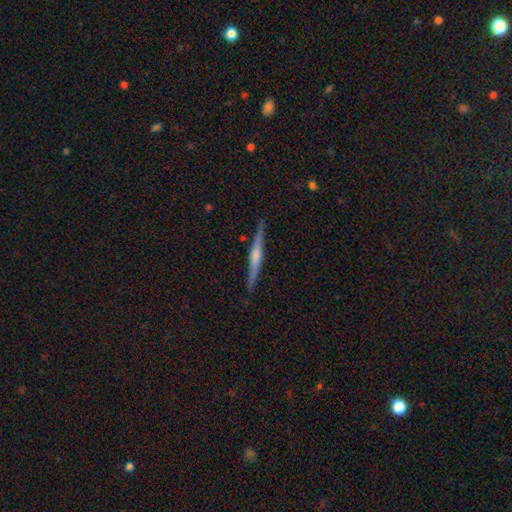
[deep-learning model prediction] smooth-or-featured: featured or disk: 72% | smooth: 22% | star or artifact: 6%
  disk-edge-on: yes: 98% | no: 2%
    edge-on-bulge: rounded: 61% | boxy: 20% | none: 18%
  merging: none: 89% | minor disturbance: 8% | major disturbance: 2% | merger: 1%